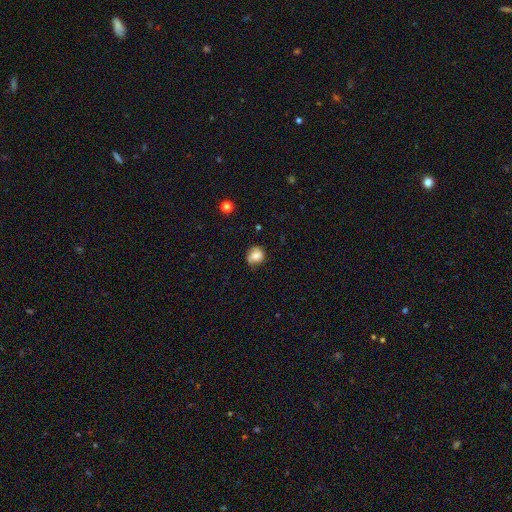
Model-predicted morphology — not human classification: This appears to be a smooth galaxy with no disk features (70%) that is round (78%). Merging: none (63%).